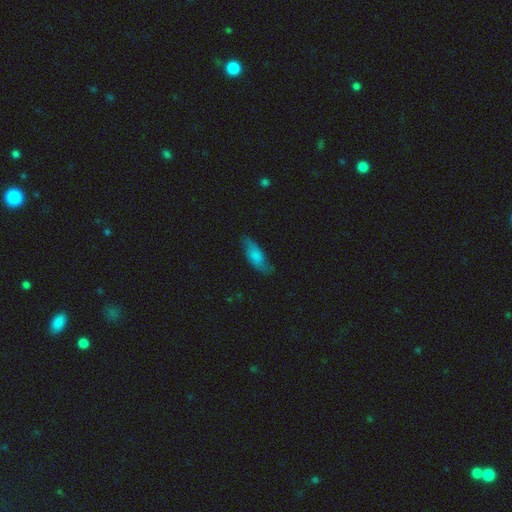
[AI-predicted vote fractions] A smooth galaxy with no disk features (65%) that is in between round and cigar-shaped (69%).

Vote fractions:
- Smooth or featured? smooth: 65% / featured or disk: 28% / star or artifact: 8%
- How rounded? in between: 69% / cigar-shaped: 29% / round: 3%
- Merging? none: 70% / minor disturbance: 22% / major disturbance: 6% / merger: 2%